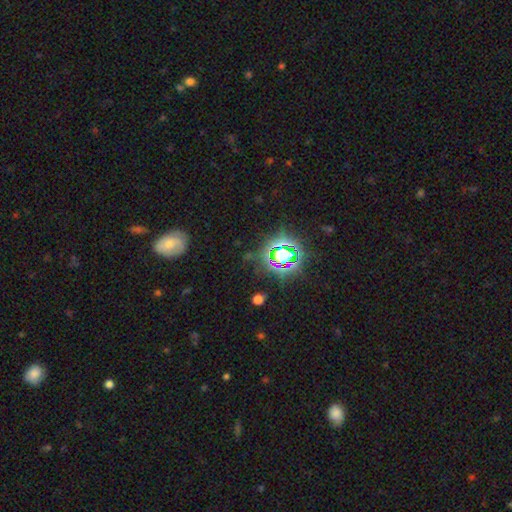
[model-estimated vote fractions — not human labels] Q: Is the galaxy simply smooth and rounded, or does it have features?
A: star or artifact — 75%.